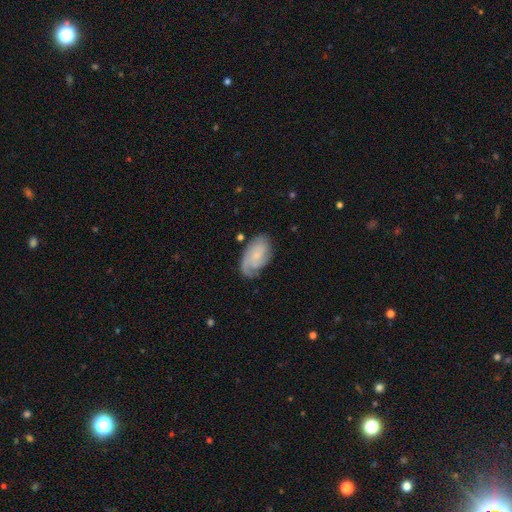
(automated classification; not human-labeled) Smooth or featured? featured or disk (61%)
Edge-on disk? no (95%)
Bar? no (72%)
Spiral arms? yes (89%)
Spiral winding? tight (51%)
Spiral arm count? can't tell (31%)
Bulge size? small (67%)
Merging? none (64%)